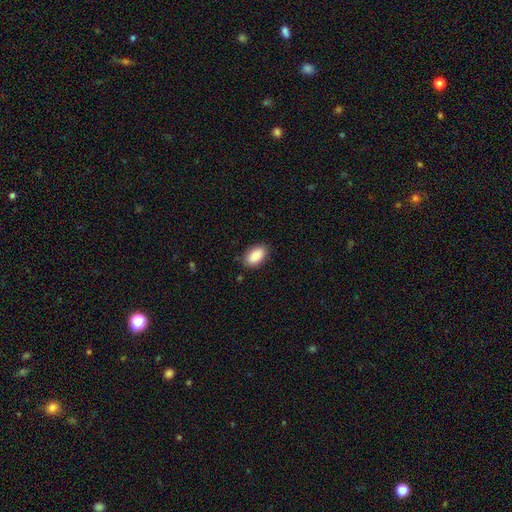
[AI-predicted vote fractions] A smooth galaxy with no disk features (88%) that is in between round and cigar-shaped (93%).

Vote fractions:
- Smooth or featured? smooth: 88% / star or artifact: 7% / featured or disk: 6%
- How rounded? in between: 93% / round: 5% / cigar-shaped: 2%
- Merging? none: 84% / minor disturbance: 12% / major disturbance: 3% / merger: 1%